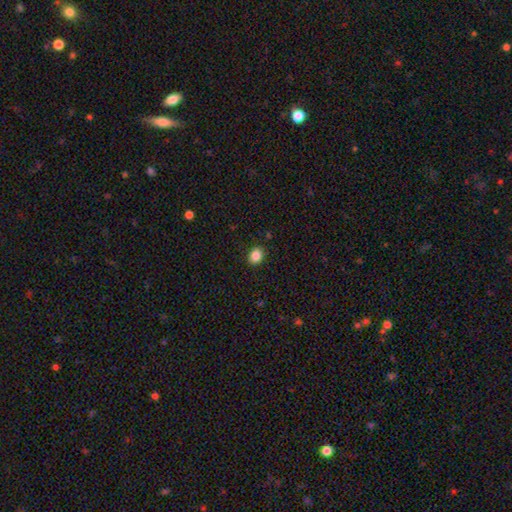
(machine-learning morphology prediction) Overall: smooth (86%). How rounded: in between (50%; round 49%). Merging: none (89%).